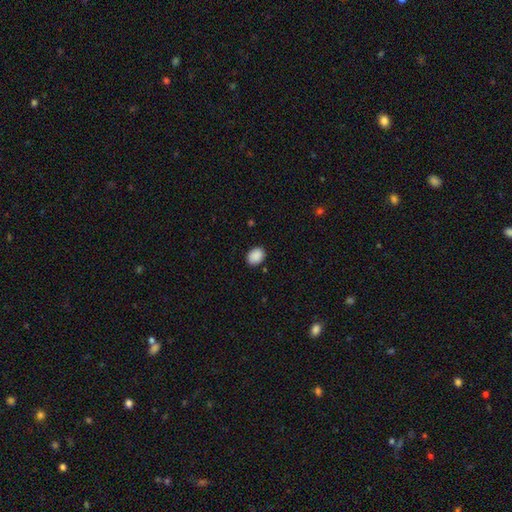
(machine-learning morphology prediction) type=smooth (90%); roundness=in between (66%); merging=none (86%).